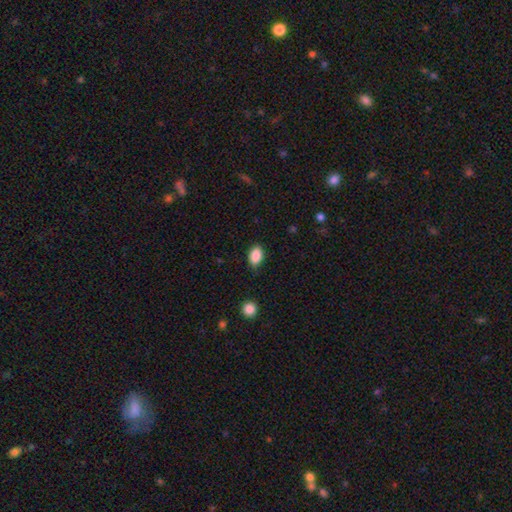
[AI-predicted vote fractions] Q: Smooth or featured?
A: smooth (88%); runner-up: star or artifact (8%)
Q: How rounded?
A: in between (86%); runner-up: round (13%)
Q: Merging?
A: none (82%); runner-up: minor disturbance (14%)